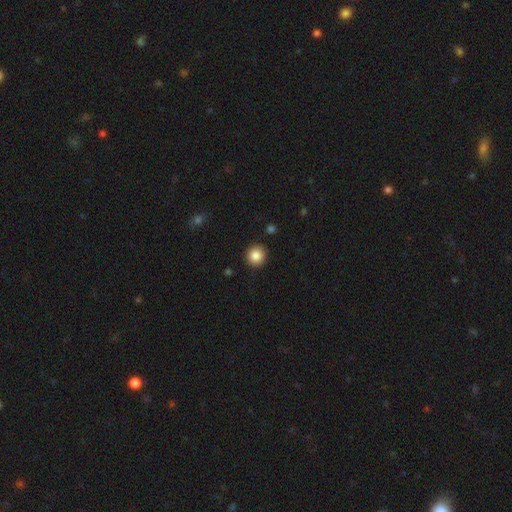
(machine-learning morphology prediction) Smooth or featured? Predicted: smooth (p=0.86). How rounded? Predicted: round (p=0.93). Merging? Predicted: none (p=0.92).